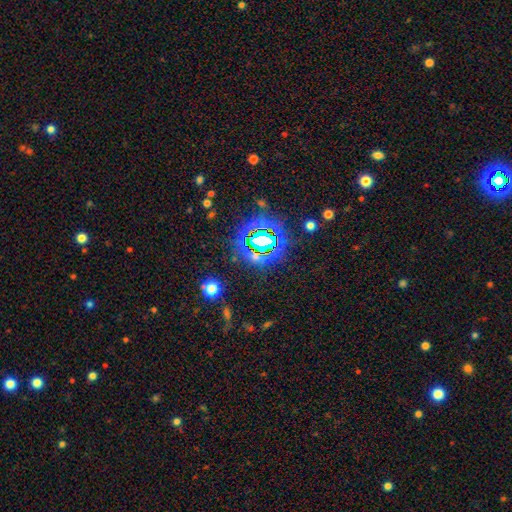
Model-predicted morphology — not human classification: This is likely a star or artifact rather than a galaxy (73%).